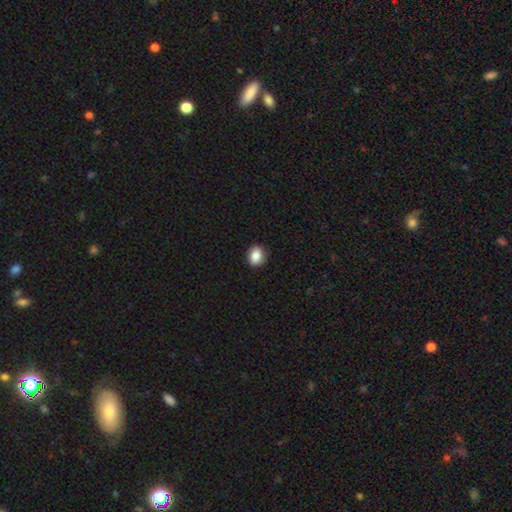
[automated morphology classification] This appears to be a smooth galaxy with no disk features (86%) that is round (59%). Merging: none (89%).